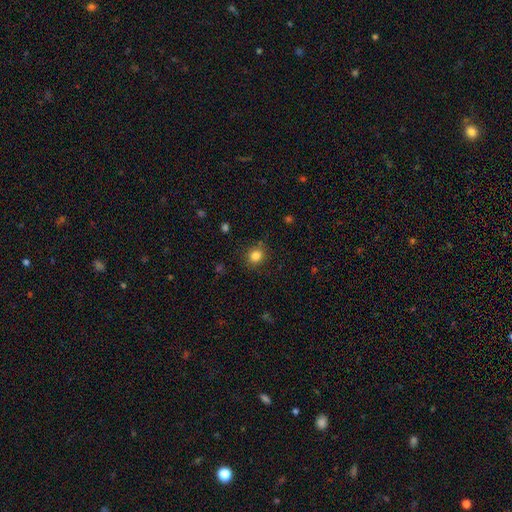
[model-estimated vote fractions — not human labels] This is clearly a smooth galaxy (83%). How rounded: clearly round (82%). Merging: clearly none (84%).